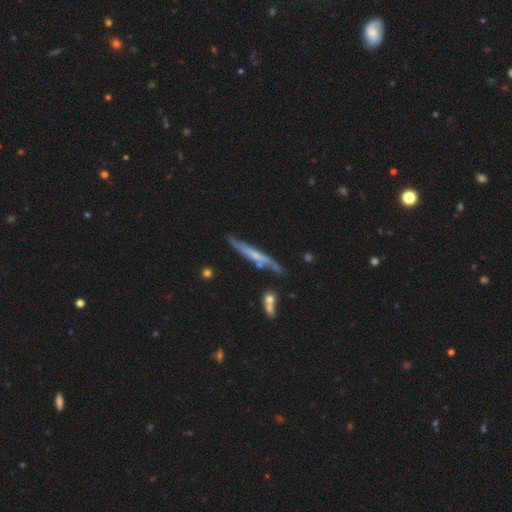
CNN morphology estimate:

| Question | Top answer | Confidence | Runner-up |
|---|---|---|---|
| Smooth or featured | featured or disk | 59% | smooth (35%) |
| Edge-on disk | yes | 84% | no (16%) |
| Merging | none | 68% | minor disturbance (21%) |